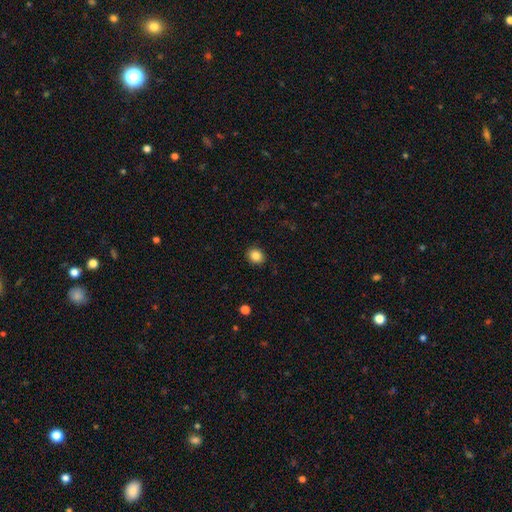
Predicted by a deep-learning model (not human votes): Smooth or featured? smooth (86%)
How rounded? round (73%)
Merging? none (90%)